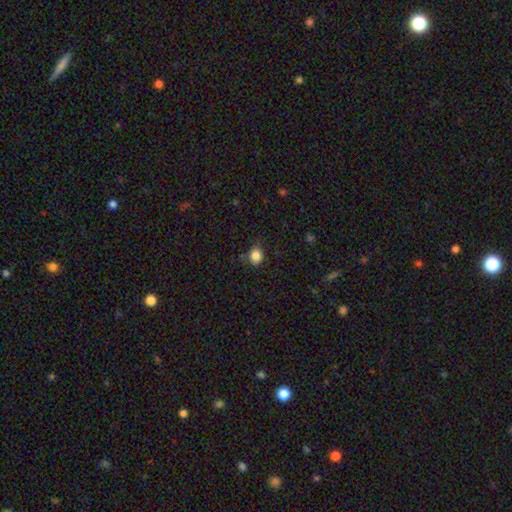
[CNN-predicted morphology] type=smooth (84%); roundness=round (65%); merging=none (76%).